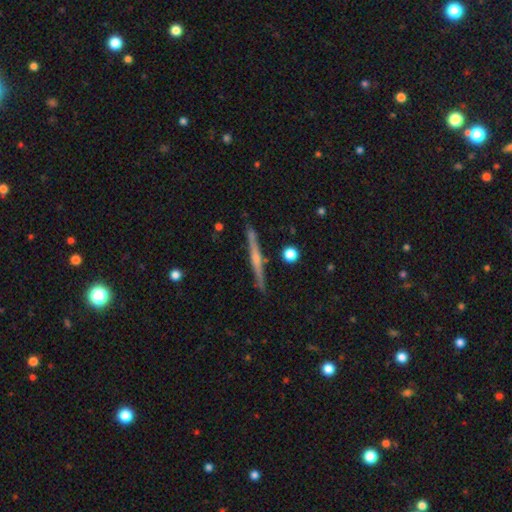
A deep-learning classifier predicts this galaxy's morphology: Smooth or featured? Predicted: featured or disk (p=0.75). Edge-on disk? Predicted: yes (p=0.98). Edge-on bulge? Predicted: rounded (p=0.70). Merging? Predicted: none (p=0.90).